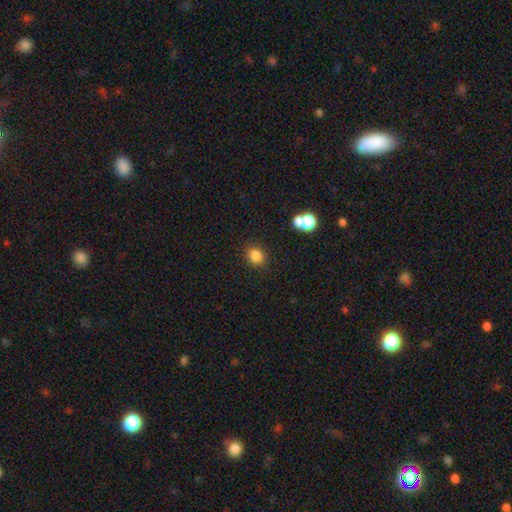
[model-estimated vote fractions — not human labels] smooth 83%, star or artifact 12%, featured or disk 5%. Down the decision tree: how rounded — round (75%); merging — none (85%).